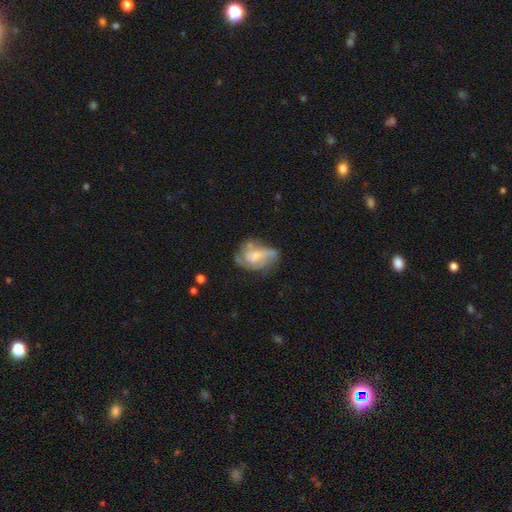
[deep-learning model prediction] Smooth or featured: featured or disk — 60% (smooth — 32%)
Edge-on disk: no — 97% (yes — 3%)
Bar: no — 58% (weak — 34%)
Spiral arms: yes — 70% (no — 30%)
Bulge size: small — 37% (moderate — 33%)
Merging: none — 41% (minor disturbance — 29%)